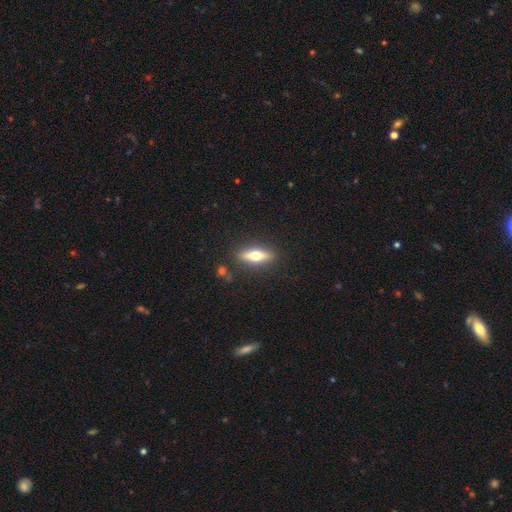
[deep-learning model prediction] Overall: featured or disk (49%; smooth 44%). Merging: none (87%).